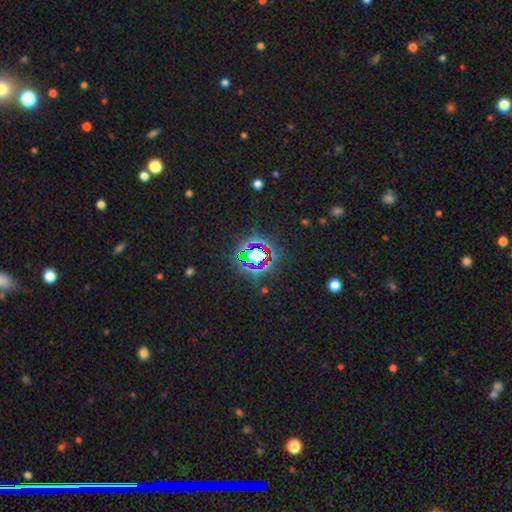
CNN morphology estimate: type=star or artifact (74%).